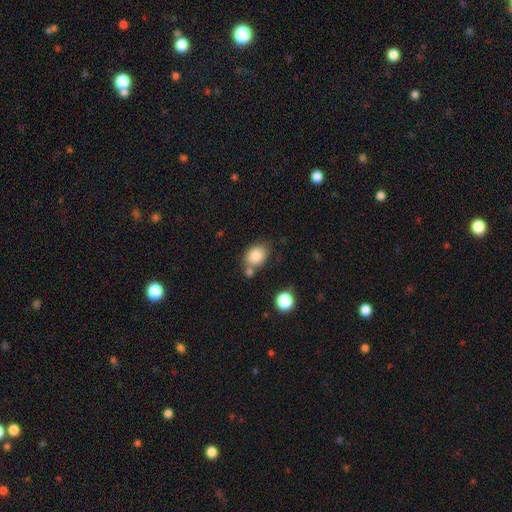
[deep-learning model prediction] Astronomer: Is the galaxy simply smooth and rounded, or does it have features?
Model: smooth — 84%.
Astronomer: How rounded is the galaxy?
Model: in between — 64%.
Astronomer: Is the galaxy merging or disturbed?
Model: none — 59%.